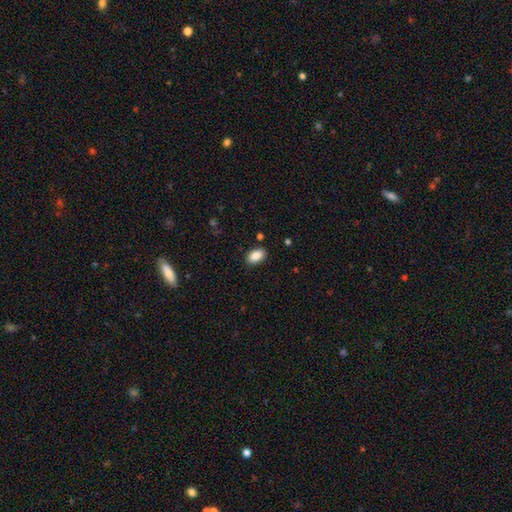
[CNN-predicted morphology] type=smooth (87%); roundness=in between (92%); merging=none (87%).